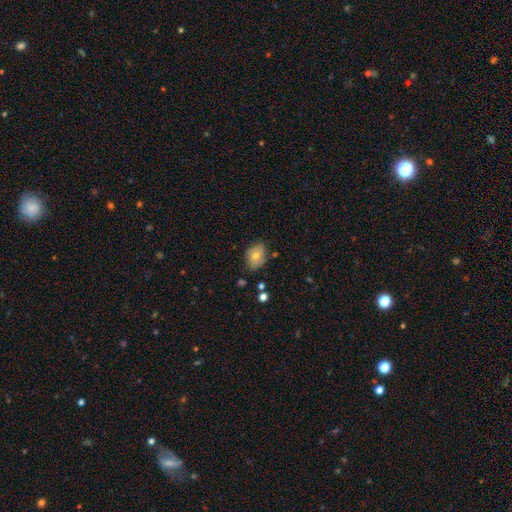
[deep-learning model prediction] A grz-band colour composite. It shows a smooth galaxy with no disk features (61%) that is in between round and cigar-shaped (74%). Merging: none (69%).